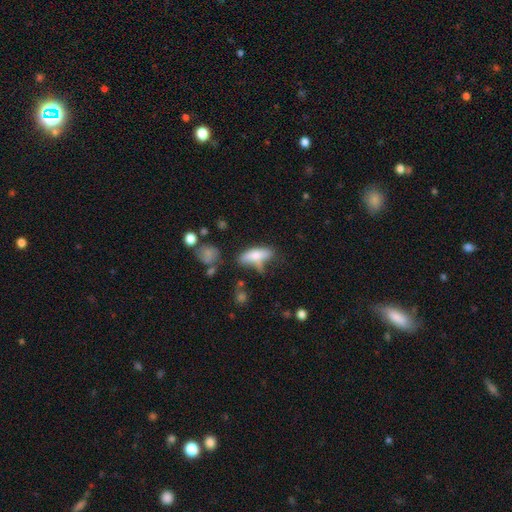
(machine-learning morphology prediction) Smooth or featured?
  - smooth: 70% *
  - featured or disk: 22%
  - star or artifact: 8%
How rounded?
  - in between: 61% *
  - cigar-shaped: 36%
  - round: 3%
Merging?
  - none: 45% *
  - minor disturbance: 28%
  - major disturbance: 16%
  - merger: 11%